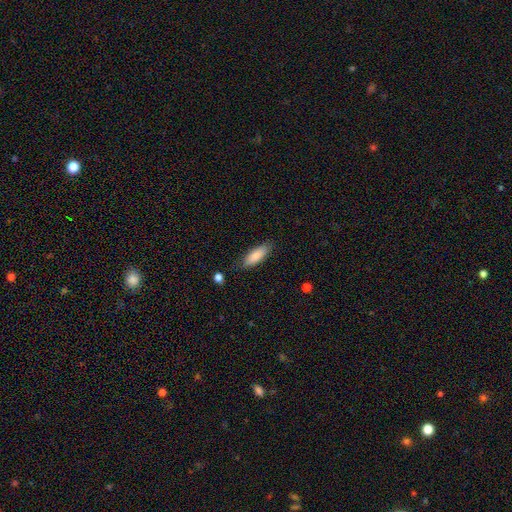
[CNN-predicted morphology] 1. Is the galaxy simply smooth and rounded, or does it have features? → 85% smooth, 9% featured or disk, 6% star or artifact.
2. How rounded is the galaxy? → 64% in between, 35% cigar-shaped, 2% round.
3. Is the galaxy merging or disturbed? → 80% none, 15% minor disturbance, 3% major disturbance, 2% merger.